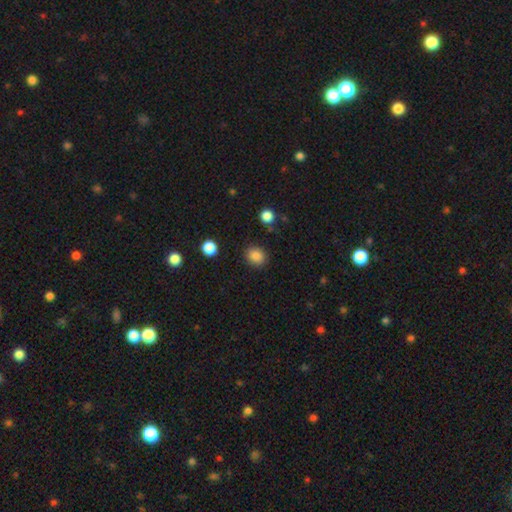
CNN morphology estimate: type=smooth (86%); roundness=round (72%); merging=none (88%).